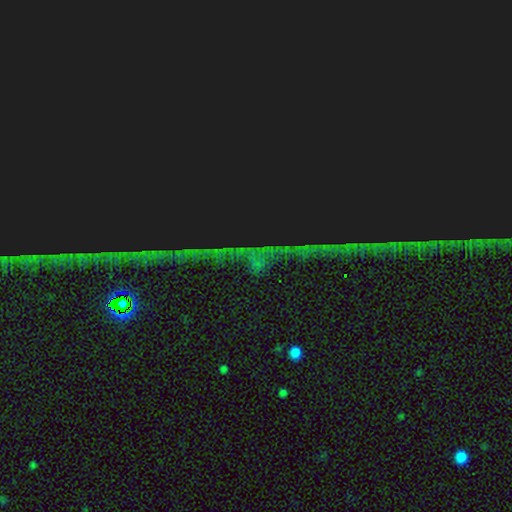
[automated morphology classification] A star or artifact, not a galaxy (82%).

Vote fractions:
- Smooth or featured? star or artifact: 82% / featured or disk: 10% / smooth: 8%